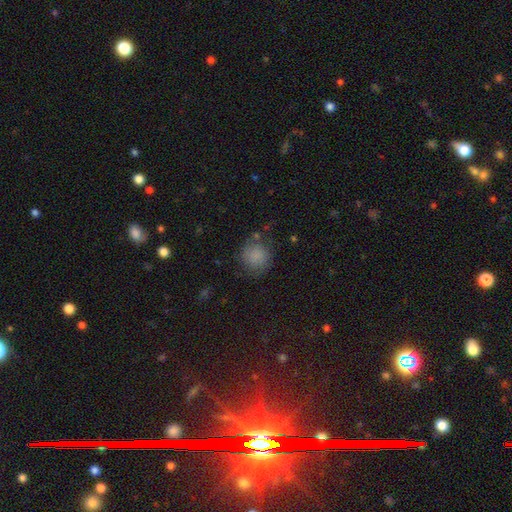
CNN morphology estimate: The model was most divided on "merging": none: 74%, minor disturbance: 16%, major disturbance: 6%, merger: 4%. More confident: how rounded — round (89%); smooth or featured — smooth (83%).